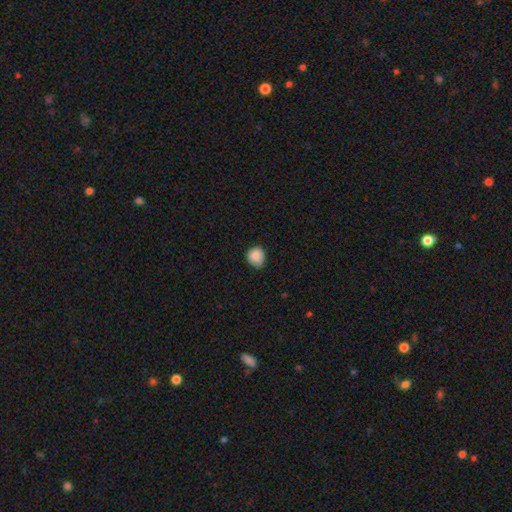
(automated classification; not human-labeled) Smooth or featured? smooth (87%)
How rounded? round (82%)
Merging? none (73%)